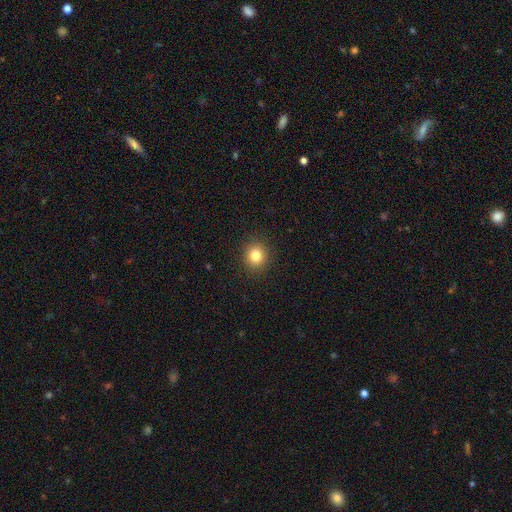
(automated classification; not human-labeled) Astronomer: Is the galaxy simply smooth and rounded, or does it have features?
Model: smooth — 82%.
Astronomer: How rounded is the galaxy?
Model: round — 87%.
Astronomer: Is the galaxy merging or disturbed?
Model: none — 92%.